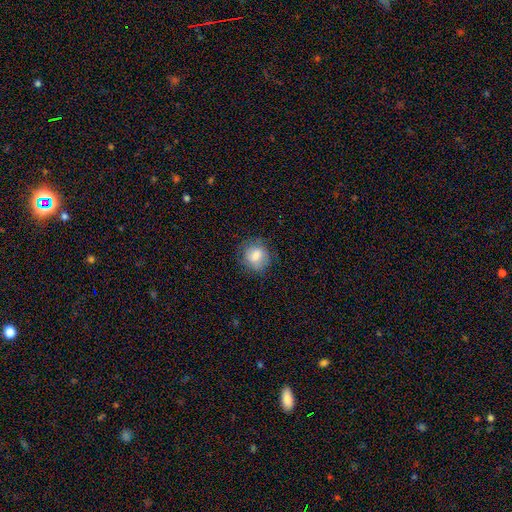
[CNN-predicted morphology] Overall: smooth (76%). How rounded: round (73%). Merging: none (73%).